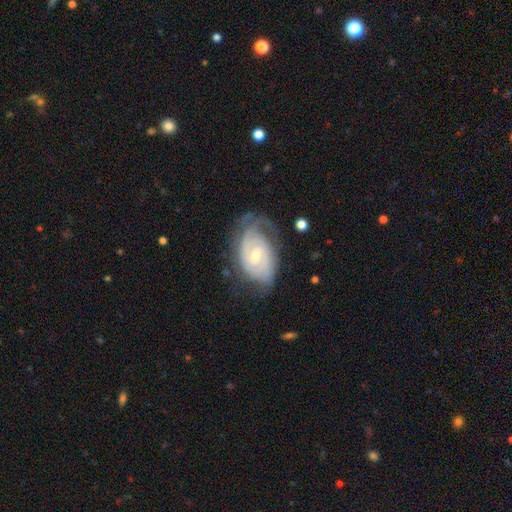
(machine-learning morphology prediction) This is clearly a featured or disk galaxy (84%). It is clearly not viewed edge-on (96%). Bar: possibly weak (47%). Spiral arm pattern: clearly yes (94%). Spiral arm count: marginally 2 (44%). Spiral winding: likely tight (65%). Central bulge: possibly small (56%). Merging: likely none (60%).